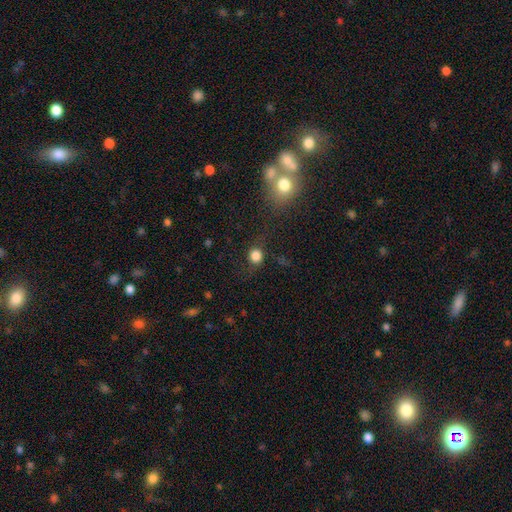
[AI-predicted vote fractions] A smooth galaxy with no disk features (77%) that is round (85%).

Vote fractions:
- Smooth or featured? smooth: 77% / star or artifact: 15% / featured or disk: 8%
- How rounded? round: 85% / in between: 14% / cigar-shaped: 1%
- Merging? none: 71% / minor disturbance: 15% / major disturbance: 10% / merger: 3%